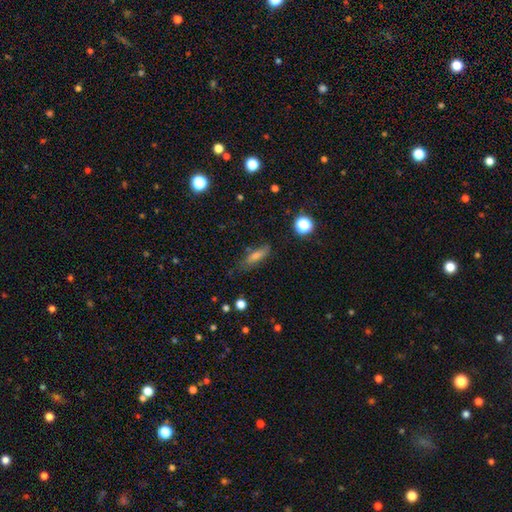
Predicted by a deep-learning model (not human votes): smooth 61%, featured or disk 25%, star or artifact 15%. Down the decision tree: how rounded — cigar-shaped (56%); merging — none (71%).